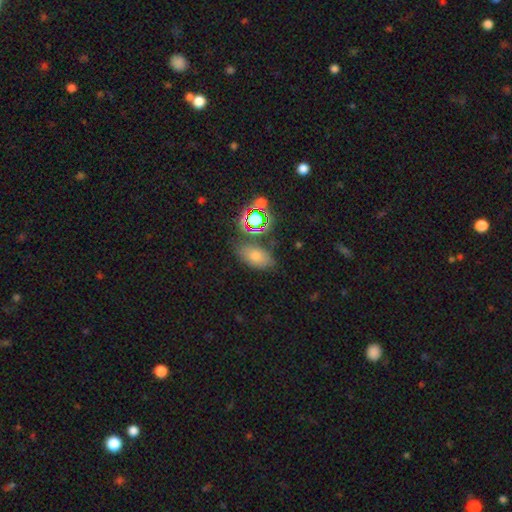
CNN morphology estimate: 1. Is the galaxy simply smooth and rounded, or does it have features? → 53% smooth, 32% star or artifact, 14% featured or disk.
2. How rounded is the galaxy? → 82% in between, 15% round, 3% cigar-shaped.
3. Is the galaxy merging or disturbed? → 73% none, 15% minor disturbance, 7% merger, 5% major disturbance.